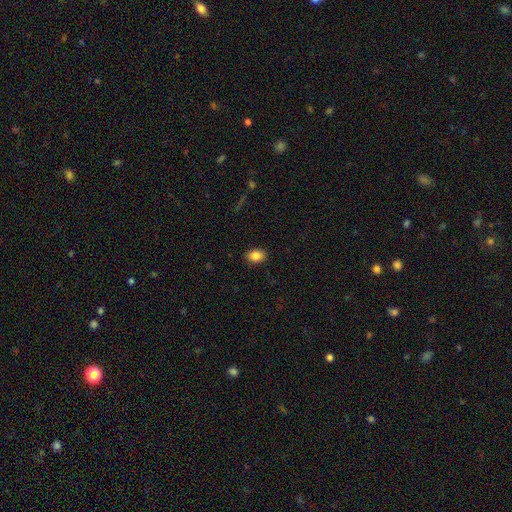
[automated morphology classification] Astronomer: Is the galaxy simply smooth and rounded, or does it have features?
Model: smooth — 86%.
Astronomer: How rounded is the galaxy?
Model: in between — 79%.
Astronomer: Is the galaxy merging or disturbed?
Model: none — 88%.